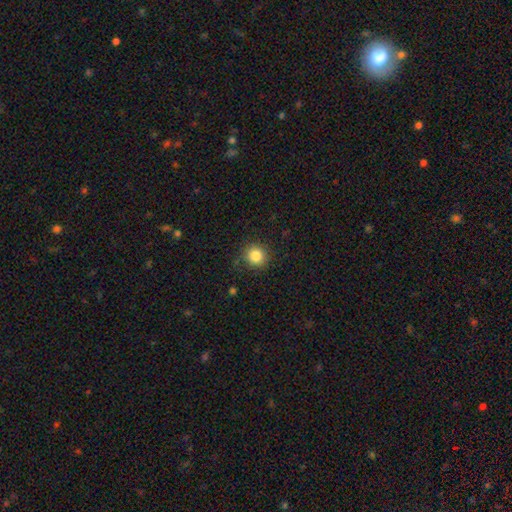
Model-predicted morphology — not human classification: Smooth or featured? Predicted: smooth (p=0.84). How rounded? Predicted: round (p=0.91). Merging? Predicted: none (p=0.87).